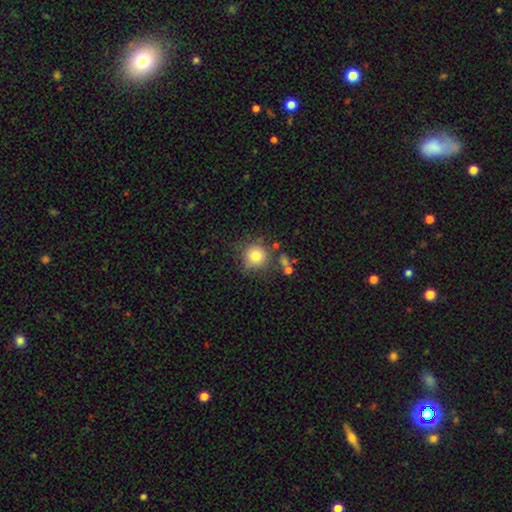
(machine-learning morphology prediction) Q: Smooth or featured?
A: smooth (79%); runner-up: star or artifact (11%)
Q: How rounded?
A: round (92%); runner-up: in between (7%)
Q: Merging?
A: none (72%); runner-up: minor disturbance (15%)